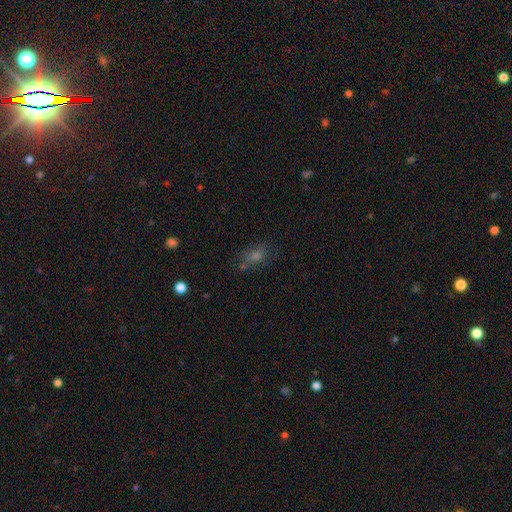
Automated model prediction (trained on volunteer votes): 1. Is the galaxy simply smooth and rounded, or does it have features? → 53% smooth, 29% star or artifact, 17% featured or disk.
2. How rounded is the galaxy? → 61% in between, 34% round, 5% cigar-shaped.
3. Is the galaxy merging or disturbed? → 67% none, 17% minor disturbance, 9% merger, 8% major disturbance.